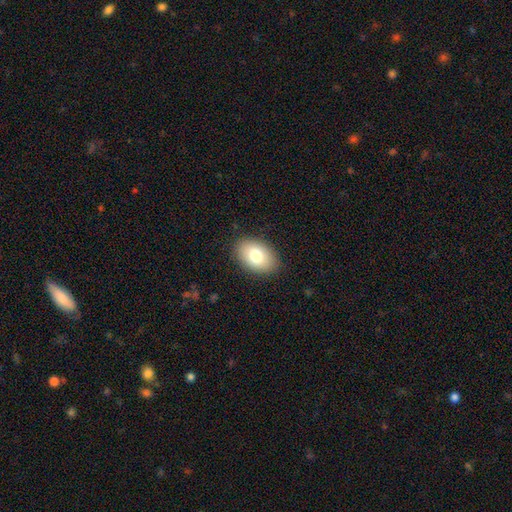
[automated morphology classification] smooth-or-featured: smooth: 79% | featured or disk: 13% | star or artifact: 8%
  how-rounded: in between: 88% | round: 11% | cigar-shaped: 1%
  merging: none: 88% | minor disturbance: 9% | major disturbance: 2% | merger: 1%